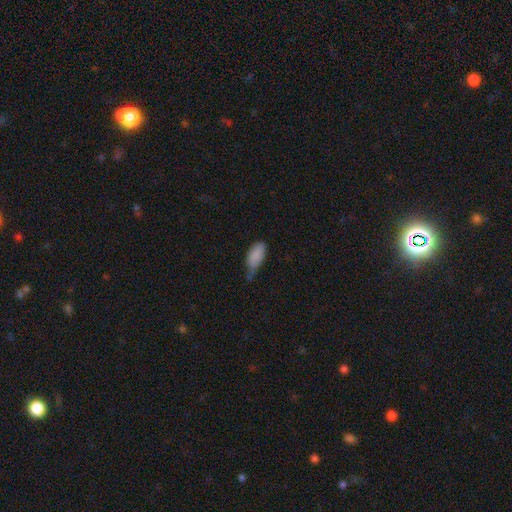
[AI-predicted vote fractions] A smooth galaxy with no disk features (86%) that is in between round and cigar-shaped (90%).

Vote fractions:
- Smooth or featured? smooth: 86% / star or artifact: 7% / featured or disk: 7%
- How rounded? in between: 90% / cigar-shaped: 8% / round: 2%
- Merging? minor disturbance: 50% / none: 31% / major disturbance: 15% / merger: 4%